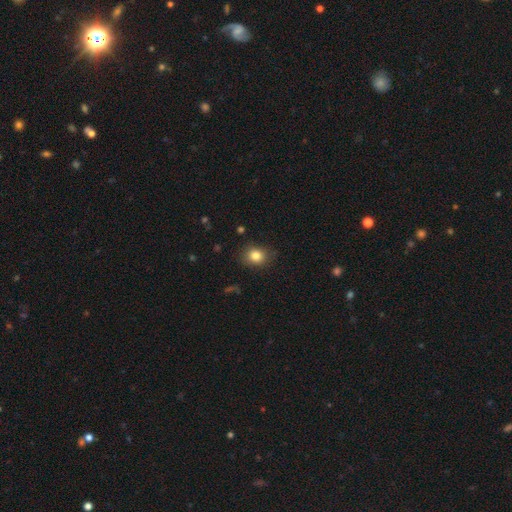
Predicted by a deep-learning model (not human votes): smooth_or_featured: smooth (p=0.82) [alt: star or artifact p=0.11]
how_rounded: round (p=0.65) [alt: in between p=0.34]
merging: none (p=0.83) [alt: minor disturbance p=0.13]